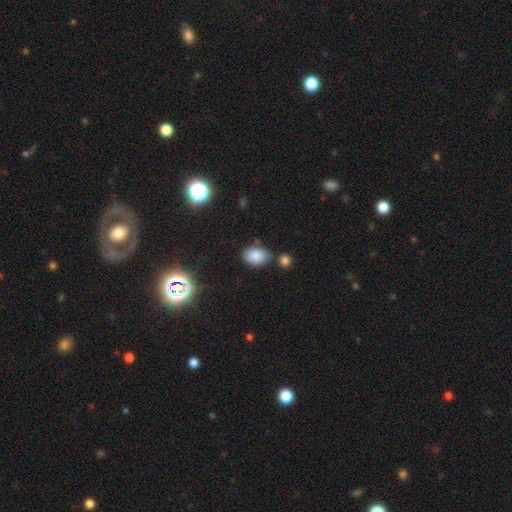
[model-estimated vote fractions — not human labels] smooth_or_featured: smooth (p=0.84) [alt: star or artifact p=0.10]
how_rounded: in between (p=0.85) [alt: round p=0.14]
merging: none (p=0.67) [alt: minor disturbance p=0.17]